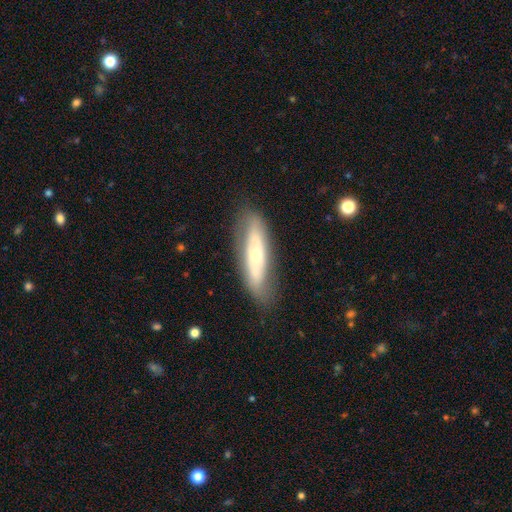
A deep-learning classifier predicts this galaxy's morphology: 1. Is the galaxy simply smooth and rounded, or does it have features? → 55% featured or disk, 39% smooth, 6% star or artifact.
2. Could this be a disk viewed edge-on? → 64% no, 36% yes.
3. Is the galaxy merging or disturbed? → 77% none, 16% minor disturbance, 6% major disturbance, 2% merger.